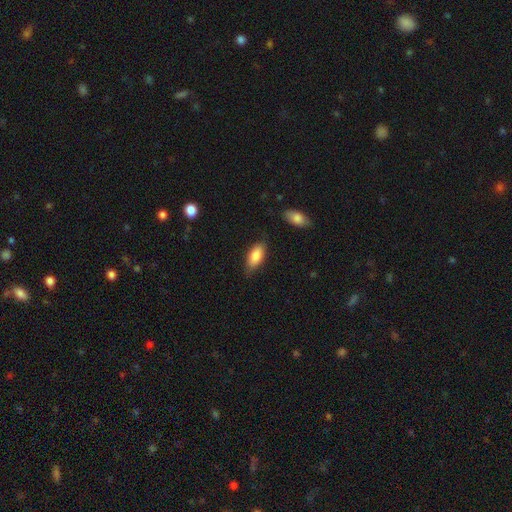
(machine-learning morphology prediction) type=smooth (85%); roundness=in between (87%); merging=none (77%).